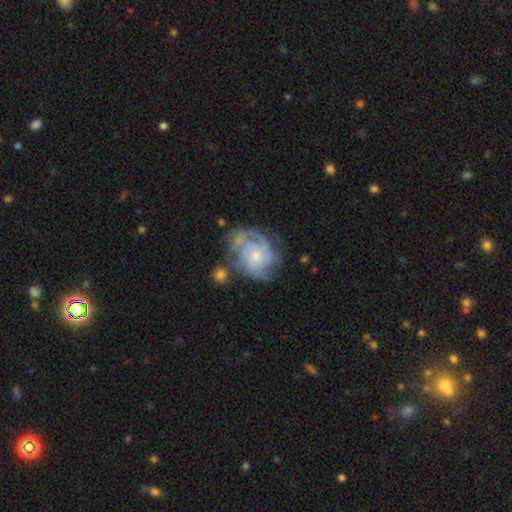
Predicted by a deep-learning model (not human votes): This appears to be a featured or disk galaxy (84%) with no bar (75%), 3 (31%) tight (52%) spiral arms (94%) and a small central bulge (64%). Merging: none (57%).